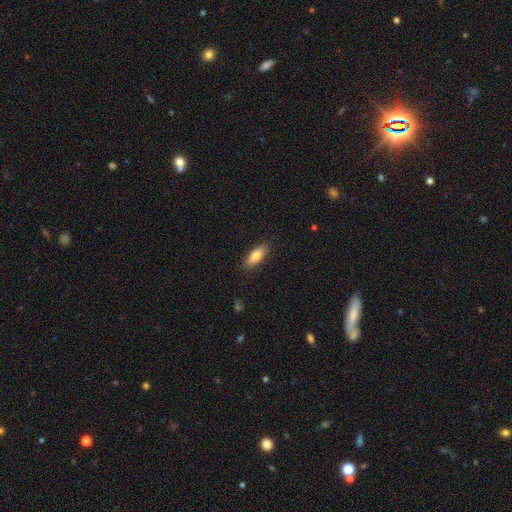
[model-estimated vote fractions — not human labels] The model was most divided on "how rounded": in between: 68%, cigar-shaped: 30%, round: 2%. More confident: merging — none (87%); smooth or featured — smooth (79%).